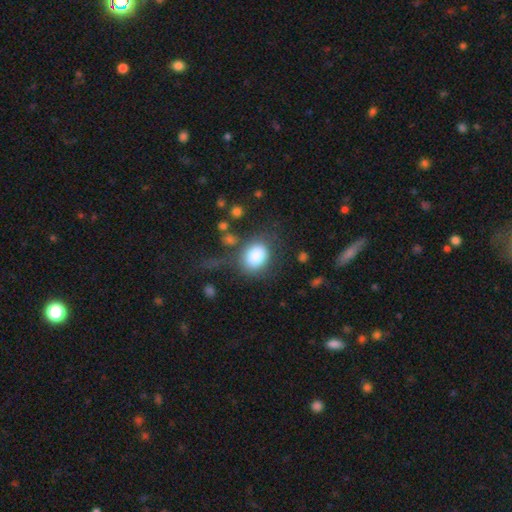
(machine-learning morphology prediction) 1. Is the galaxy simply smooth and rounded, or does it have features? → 83% smooth, 9% featured or disk, 8% star or artifact.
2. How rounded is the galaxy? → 54% in between, 45% round, 1% cigar-shaped.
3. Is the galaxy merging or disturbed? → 59% none, 19% minor disturbance, 17% major disturbance, 6% merger.